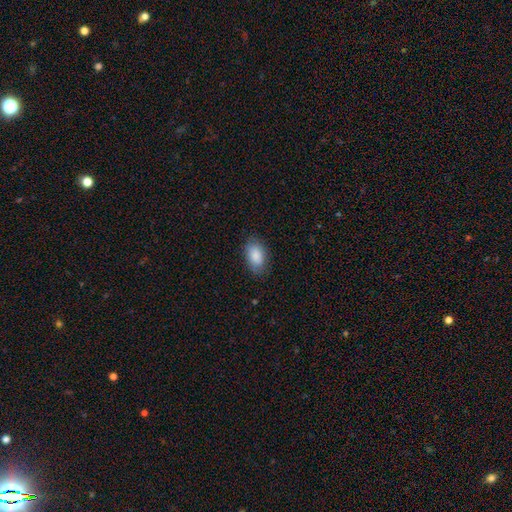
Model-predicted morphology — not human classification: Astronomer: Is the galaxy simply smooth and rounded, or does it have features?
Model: smooth — 87%.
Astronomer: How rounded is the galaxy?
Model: in between — 92%.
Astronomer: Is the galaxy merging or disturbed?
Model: none — 80%.